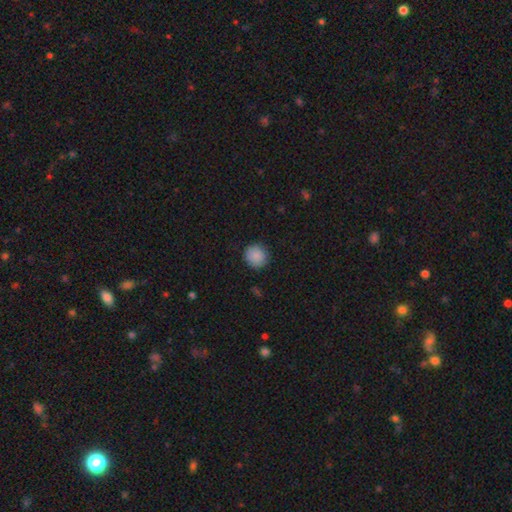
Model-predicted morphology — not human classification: Smooth or featured: smooth — 88% (star or artifact — 8%)
How rounded: round — 92% (in between — 8%)
Merging: none — 89% (minor disturbance — 8%)